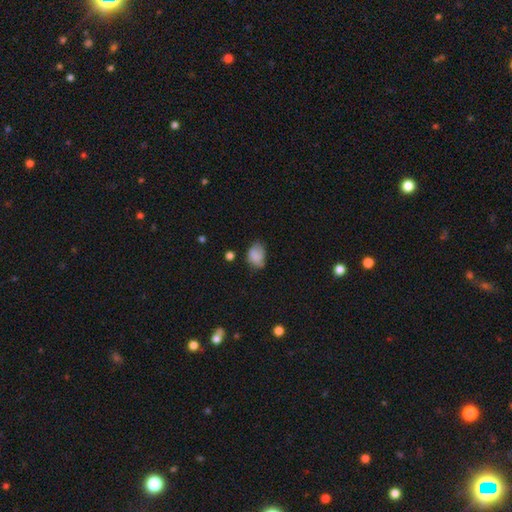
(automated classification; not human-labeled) Overall: smooth (79%). How rounded: in between (76%). Merging: none (49%; minor disturbance 36%).